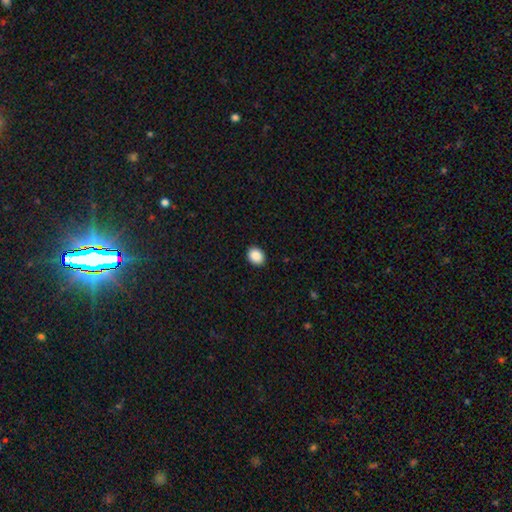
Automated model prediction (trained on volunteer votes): smooth_or_featured: smooth (p=0.90) [alt: star or artifact p=0.08]
how_rounded: round (p=0.51) [alt: in between p=0.48]
merging: none (p=0.91) [alt: minor disturbance p=0.06]